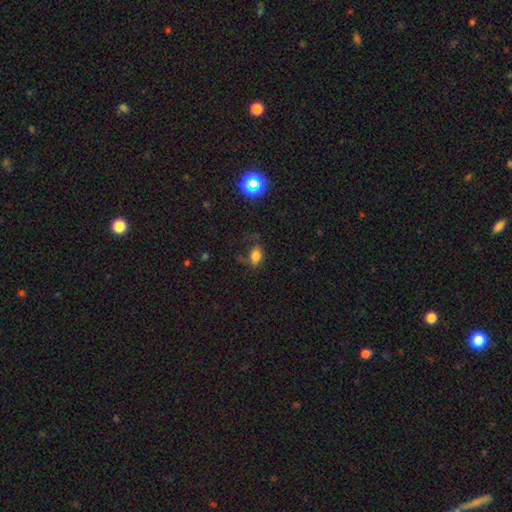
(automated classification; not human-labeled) The model was most divided on "merging": none: 50%, minor disturbance: 26%, major disturbance: 21%, merger: 3%. More confident: how rounded — in between (82%); smooth or featured — smooth (75%).